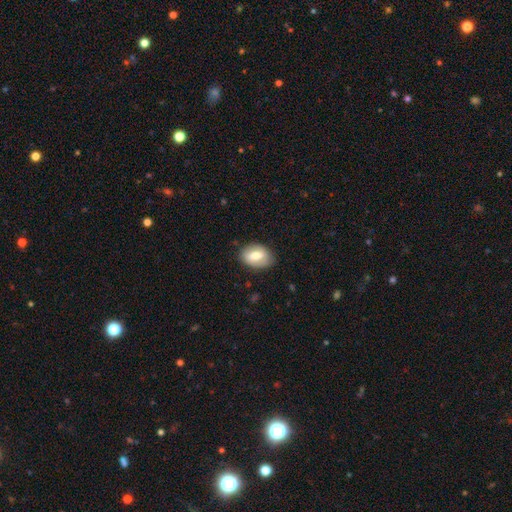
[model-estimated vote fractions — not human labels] Smooth or featured: smooth — 68% (featured or disk — 26%)
How rounded: in between — 85% (round — 14%)
Merging: none — 80% (minor disturbance — 15%)